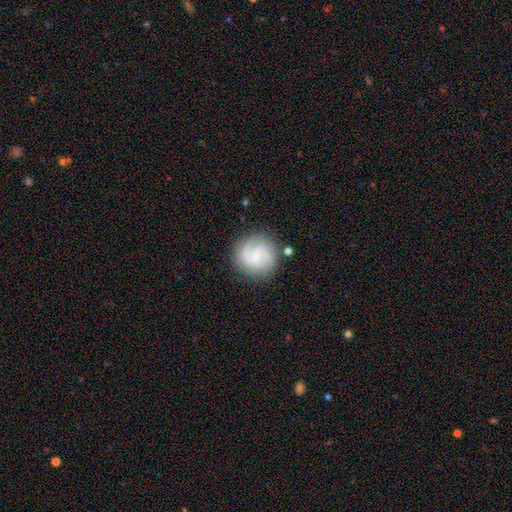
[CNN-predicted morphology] featured or disk 80%, smooth 15%, star or artifact 6%. Down the decision tree: edge-on disk — no (98%); bar — weak (51%); spiral arms — yes (95%); spiral arm count — 2 (75%); spiral winding — medium (50%); bulge size — small (74%); merging — none (80%).